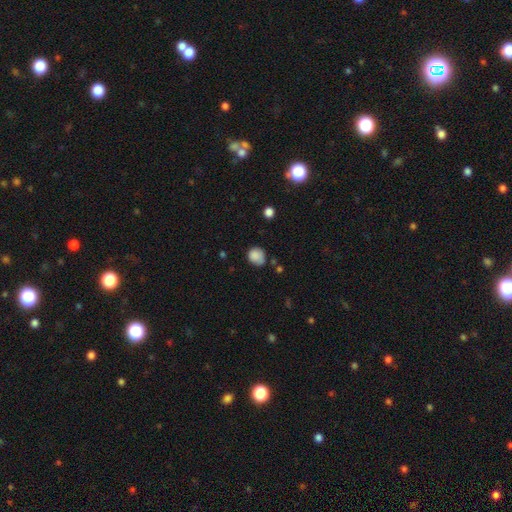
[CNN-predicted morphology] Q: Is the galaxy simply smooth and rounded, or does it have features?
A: smooth — 84%.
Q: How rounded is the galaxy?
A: round — 74%.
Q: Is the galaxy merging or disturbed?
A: none — 61%.